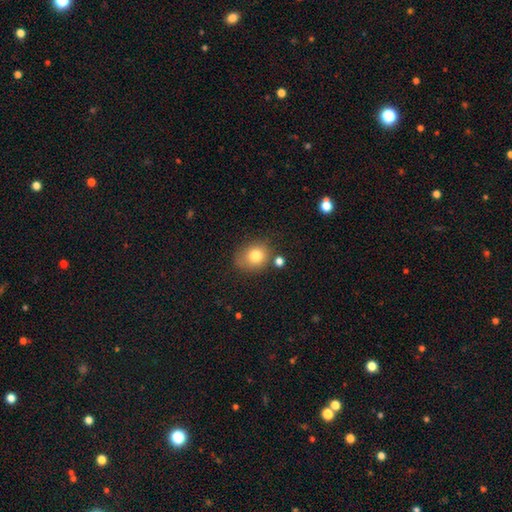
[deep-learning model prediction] Smooth or featured? Predicted: smooth (p=0.78). How rounded? Predicted: round (p=0.65). Merging? Predicted: none (p=0.68).